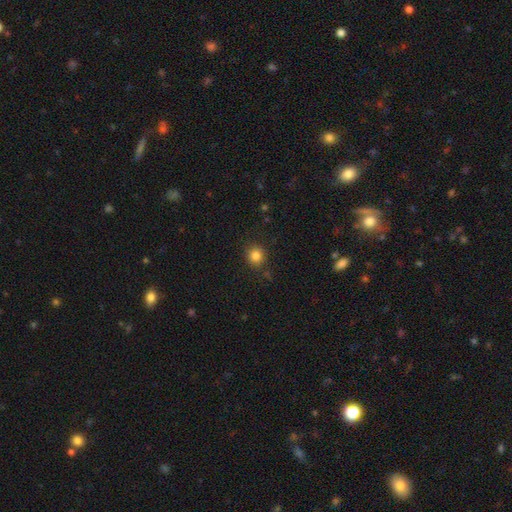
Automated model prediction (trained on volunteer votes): Morphology: type=smooth (83%); roundness=round (89%); merging=none (86%).